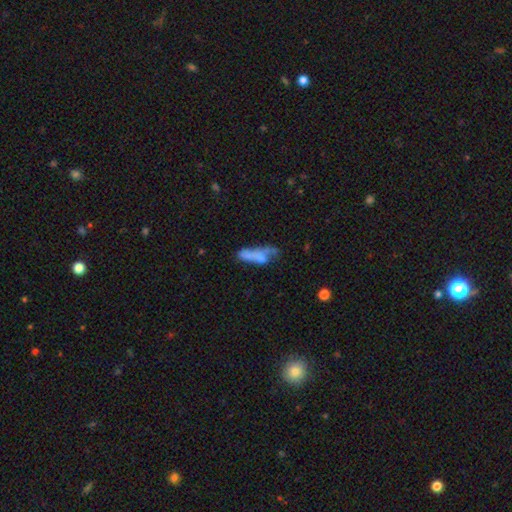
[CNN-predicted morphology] Smooth or featured? smooth (53%)
How rounded? cigar-shaped (54%)
Merging? merger (31%)